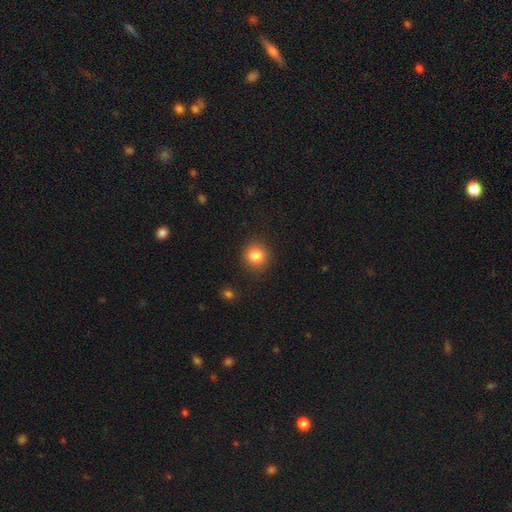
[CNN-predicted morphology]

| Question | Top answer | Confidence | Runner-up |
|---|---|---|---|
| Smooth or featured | smooth | 83% | star or artifact (11%) |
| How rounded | round | 89% | in between (10%) |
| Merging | none | 90% | minor disturbance (7%) |